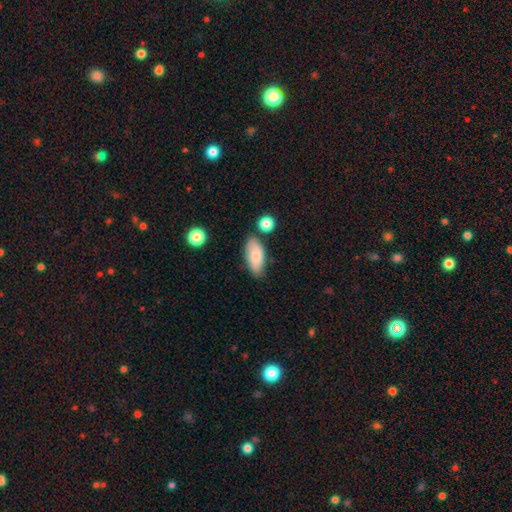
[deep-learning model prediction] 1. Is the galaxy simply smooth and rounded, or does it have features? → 80% smooth, 13% featured or disk, 7% star or artifact.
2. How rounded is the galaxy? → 87% in between, 10% cigar-shaped, 3% round.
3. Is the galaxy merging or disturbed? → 73% none, 17% minor disturbance, 6% merger, 4% major disturbance.